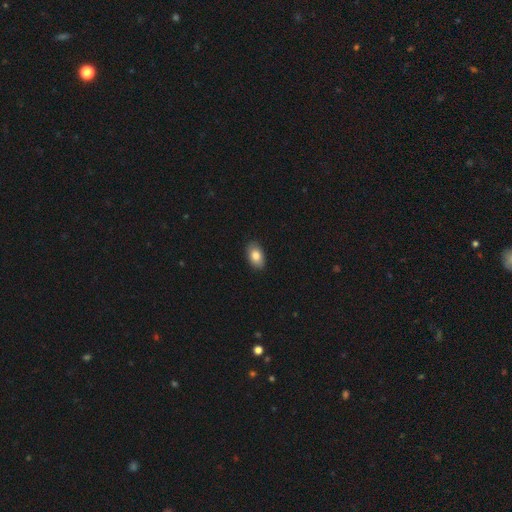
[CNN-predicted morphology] Smooth or featured: smooth — 83% (featured or disk — 10%)
How rounded: in between — 91% (round — 7%)
Merging: none — 89% (minor disturbance — 9%)